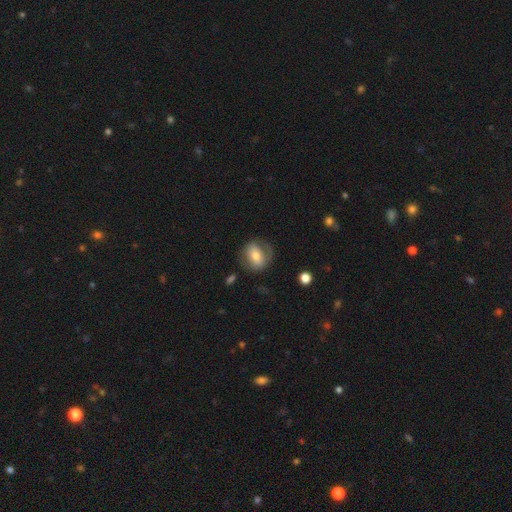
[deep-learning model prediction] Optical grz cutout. It shows a smooth galaxy with no disk features (55%) that is in between round and cigar-shaped (50%). Merging: none (64%).